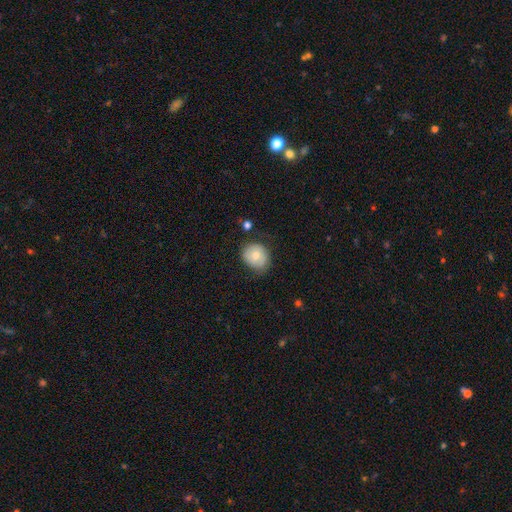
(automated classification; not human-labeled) This appears to be a smooth galaxy with no disk features (67%) that is round (69%). Merging: none (61%).